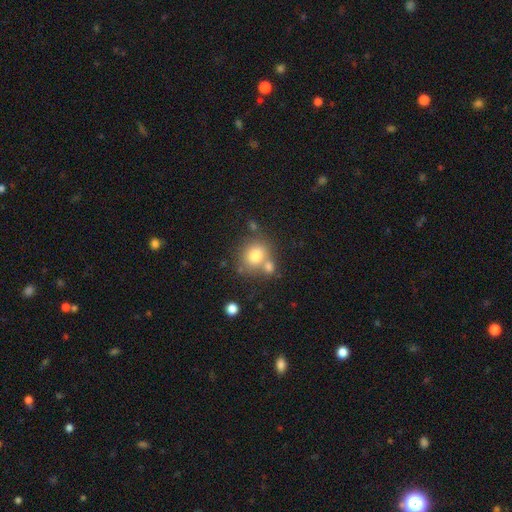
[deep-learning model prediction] A smooth galaxy with no disk features (78%) that is round (77%).

Vote fractions:
- Smooth or featured? smooth: 78% / featured or disk: 12% / star or artifact: 11%
- How rounded? round: 77% / in between: 22% / cigar-shaped: 1%
- Merging? none: 57% / merger: 27% / minor disturbance: 11% / major disturbance: 4%